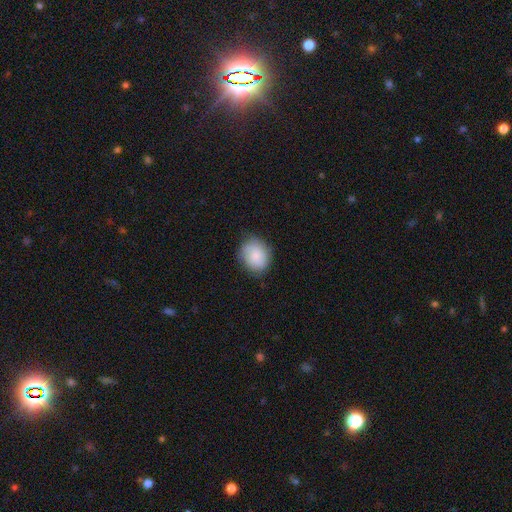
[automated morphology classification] smooth_or_featured: smooth (p=0.82) [alt: featured or disk p=0.12]
how_rounded: round (p=0.62) [alt: in between p=0.38]
merging: none (p=0.76) [alt: minor disturbance p=0.18]